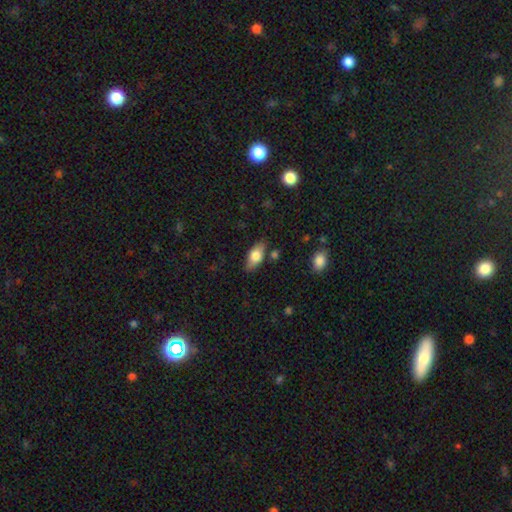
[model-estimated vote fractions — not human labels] smooth-or-featured: smooth: 72% | featured or disk: 21% | star or artifact: 7%
  how-rounded: in between: 87% | cigar-shaped: 9% | round: 4%
  merging: none: 81% | minor disturbance: 14% | major disturbance: 3% | merger: 3%